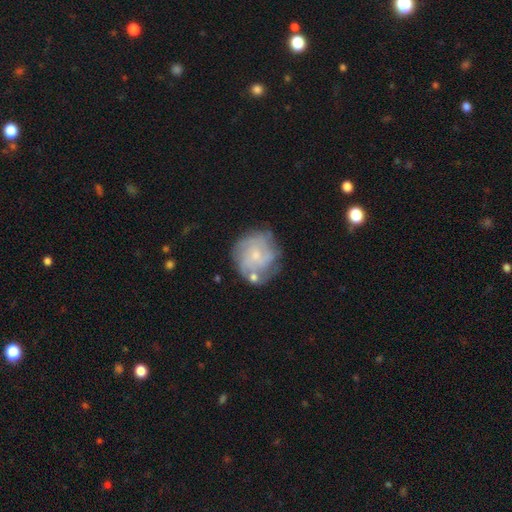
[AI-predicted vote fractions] smooth_or_featured: featured or disk (p=0.66) [alt: smooth p=0.27]
disk_edge_on: no (p=0.98) [alt: yes p=0.02]
bar: no (p=0.73) [alt: weak p=0.24]
has_spiral_arms: yes (p=0.80) [alt: no p=0.20]
spiral_winding: tight (p=0.55) [alt: medium p=0.32]
spiral_arm_count: can't tell (p=0.45) [alt: 3 p=0.18]
bulge_size: small (p=0.63) [alt: moderate p=0.29]
merging: none (p=0.63) [alt: minor disturbance p=0.20]